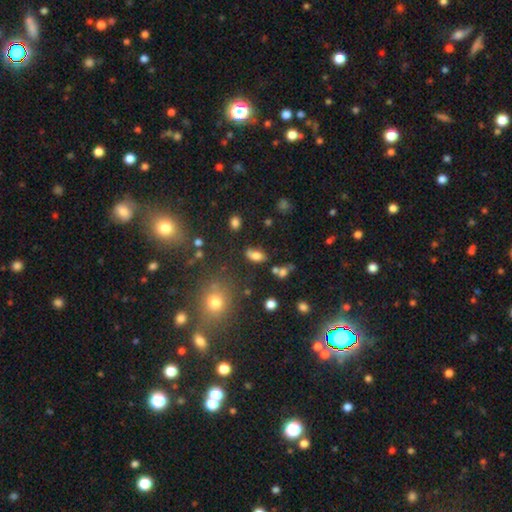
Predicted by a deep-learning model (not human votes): Smooth or featured? Predicted: smooth (p=0.74). How rounded? Predicted: in between (p=0.86). Merging? Predicted: none (p=0.61).